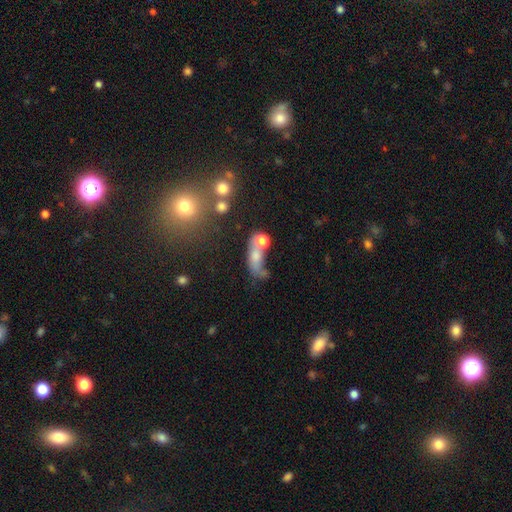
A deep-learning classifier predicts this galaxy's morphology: Smooth or featured? Predicted: smooth (p=0.60). How rounded? Predicted: in between (p=0.61). Merging? Predicted: merger (p=0.38).